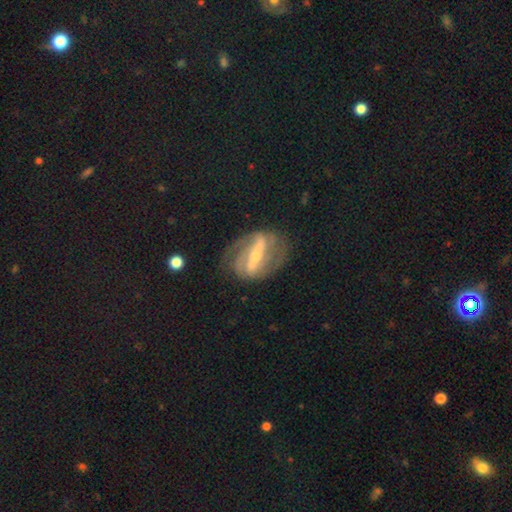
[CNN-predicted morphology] type=featured or disk (85%); edge-on=no (92%); bar=strong (74%); spiral arms=yes (89%); winding=medium (43%); arm count=2 (79%); bulge=small (55%); merging=none (69%).